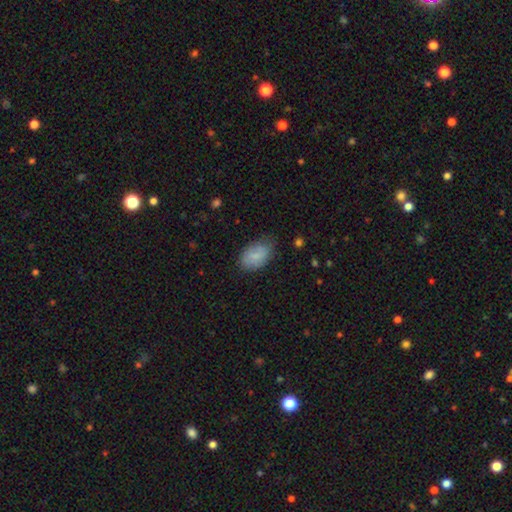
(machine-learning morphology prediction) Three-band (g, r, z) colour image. It shows a smooth galaxy with no disk features (83%) that is in between round and cigar-shaped (91%). Merging: none (72%).